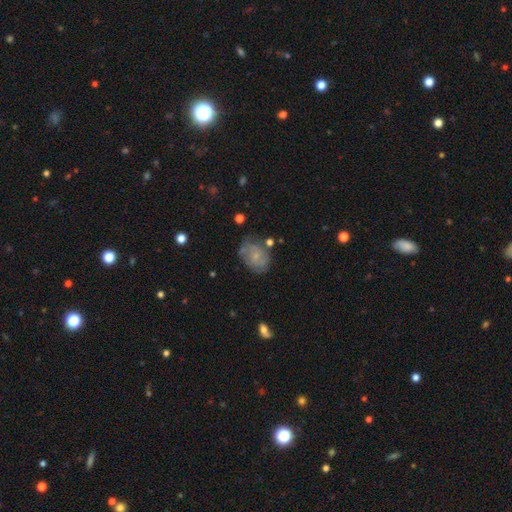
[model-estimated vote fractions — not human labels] A featured or disk galaxy (50%). Merging: none (60%).